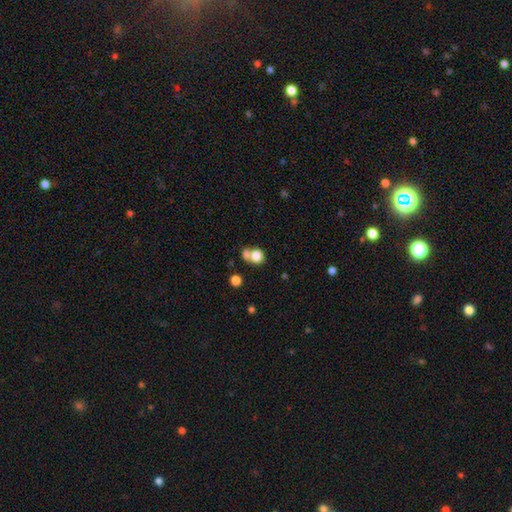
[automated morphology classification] The model was most divided on "merging": merger: 47%, none: 41%, minor disturbance: 8%, major disturbance: 4%. More confident: smooth or featured — smooth (80%); how rounded — round (75%).